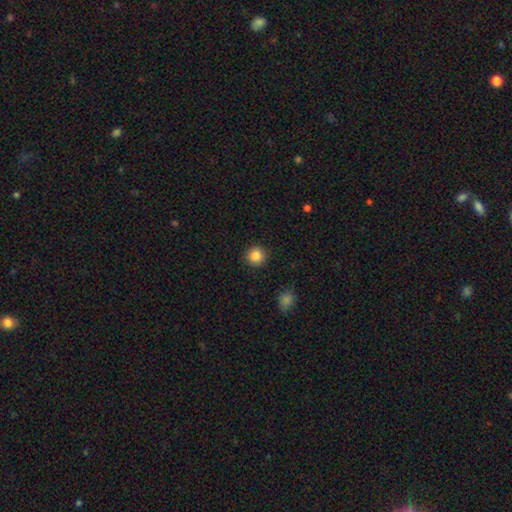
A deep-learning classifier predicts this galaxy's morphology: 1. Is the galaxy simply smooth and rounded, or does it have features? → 86% smooth, 10% star or artifact, 4% featured or disk.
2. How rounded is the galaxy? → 93% round, 6% in between, 1% cigar-shaped.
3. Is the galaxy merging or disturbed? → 91% none, 6% minor disturbance, 2% major disturbance, 1% merger.